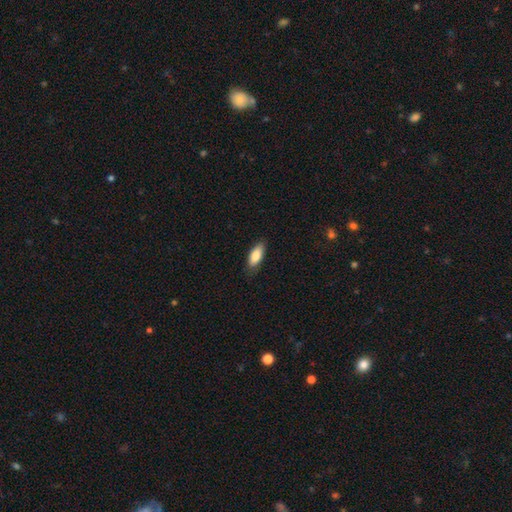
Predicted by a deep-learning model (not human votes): A smooth galaxy with no disk features (83%) that is in between round and cigar-shaped (79%).

Vote fractions:
- Smooth or featured? smooth: 83% / featured or disk: 11% / star or artifact: 6%
- How rounded? in between: 79% / cigar-shaped: 19% / round: 2%
- Merging? none: 83% / minor disturbance: 13% / major disturbance: 3% / merger: 1%